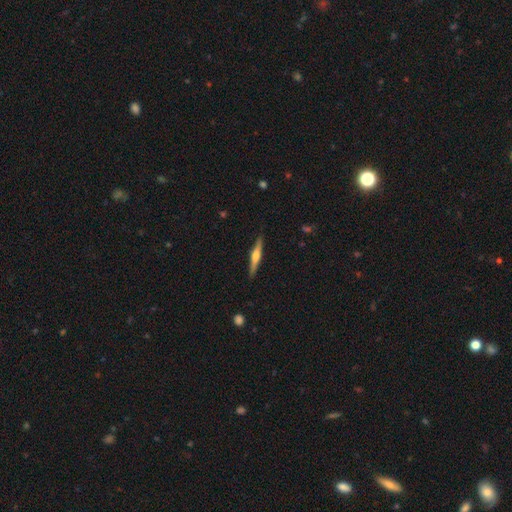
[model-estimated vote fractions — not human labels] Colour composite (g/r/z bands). It shows a featured or disk galaxy (65%) viewed edge-on (98%) with a rounded central bulge (85%). Merging: none (90%).